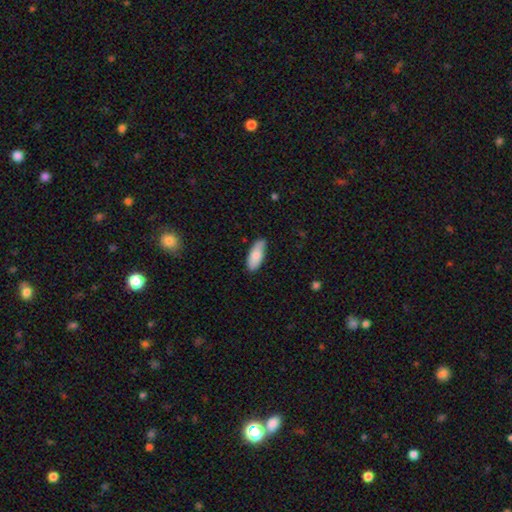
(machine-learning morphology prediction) type=smooth (82%); roundness=in between (79%); merging=none (72%).